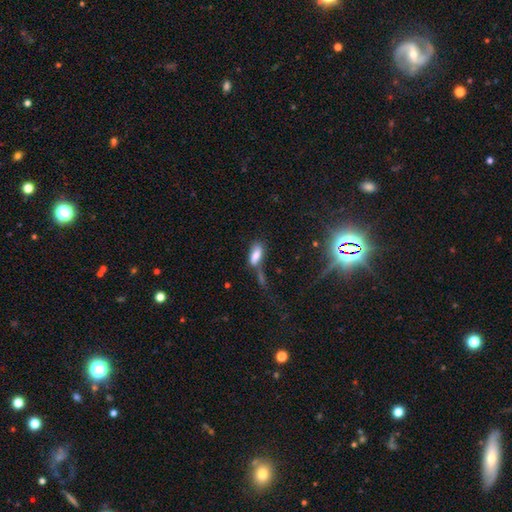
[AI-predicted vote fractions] Q: Smooth or featured?
A: smooth (75%); runner-up: featured or disk (15%)
Q: How rounded?
A: in between (79%); runner-up: cigar-shaped (18%)
Q: Merging?
A: none (33%); runner-up: merger (25%)